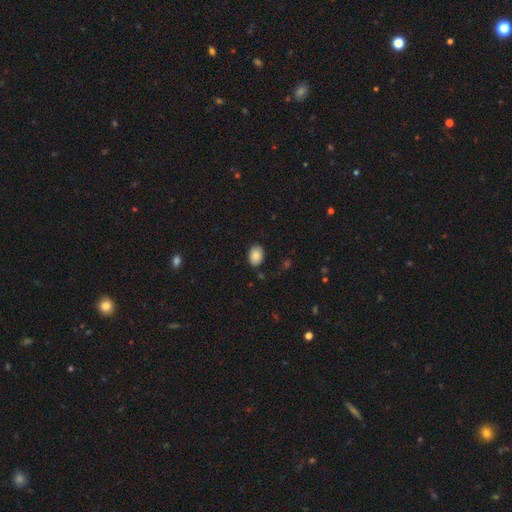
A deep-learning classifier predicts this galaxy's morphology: A smooth galaxy with no disk features (87%) that is in between round and cigar-shaped (82%).

Vote fractions:
- Smooth or featured? smooth: 87% / star or artifact: 8% / featured or disk: 5%
- How rounded? in between: 82% / round: 17% / cigar-shaped: 1%
- Merging? none: 85% / minor disturbance: 11% / major disturbance: 2% / merger: 1%